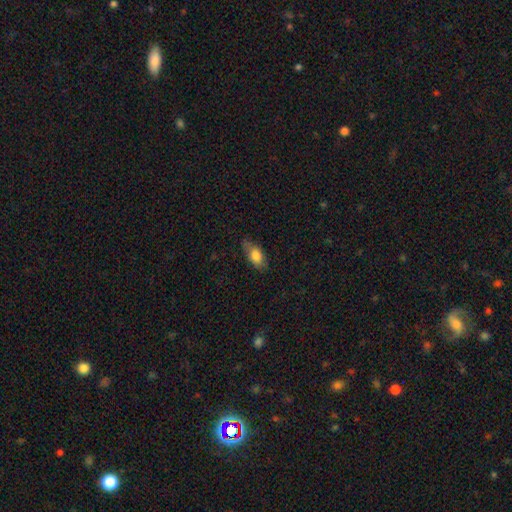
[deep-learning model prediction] This is likely a smooth galaxy (78%). How rounded: clearly in between (84%). Merging: likely none (72%).